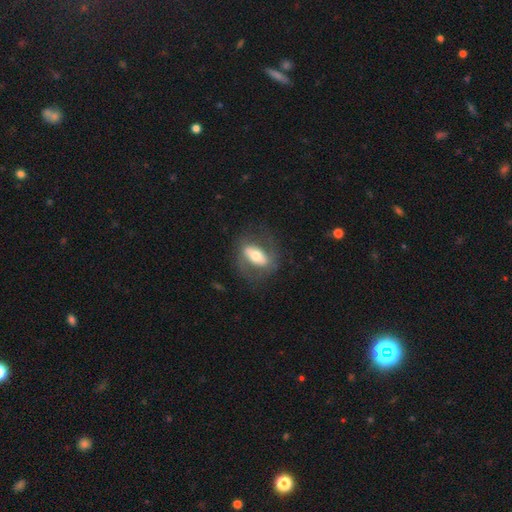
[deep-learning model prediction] This appears to be a featured or disk galaxy (52%). Merging: none (69%).